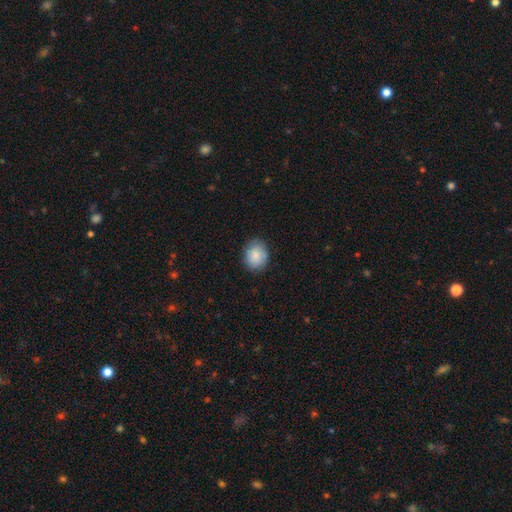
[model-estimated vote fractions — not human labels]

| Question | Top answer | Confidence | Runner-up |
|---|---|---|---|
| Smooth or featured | smooth | 84% | featured or disk (8%) |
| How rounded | round | 61% | in between (39%) |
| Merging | none | 83% | minor disturbance (13%) |